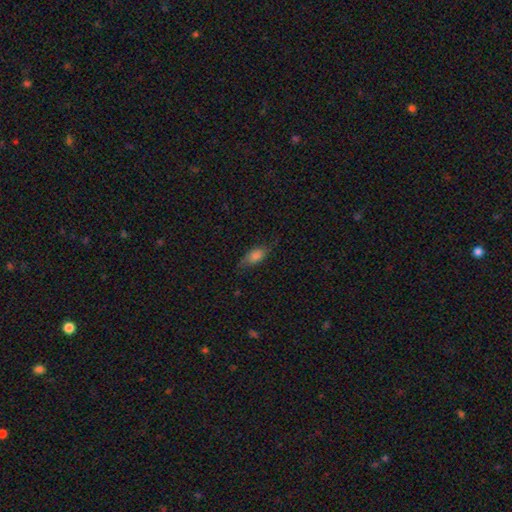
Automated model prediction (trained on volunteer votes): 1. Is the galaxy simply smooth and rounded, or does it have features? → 75% smooth, 16% featured or disk, 9% star or artifact.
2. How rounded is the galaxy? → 83% in between, 13% cigar-shaped, 4% round.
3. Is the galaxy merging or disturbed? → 67% none, 24% minor disturbance, 7% major disturbance, 1% merger.